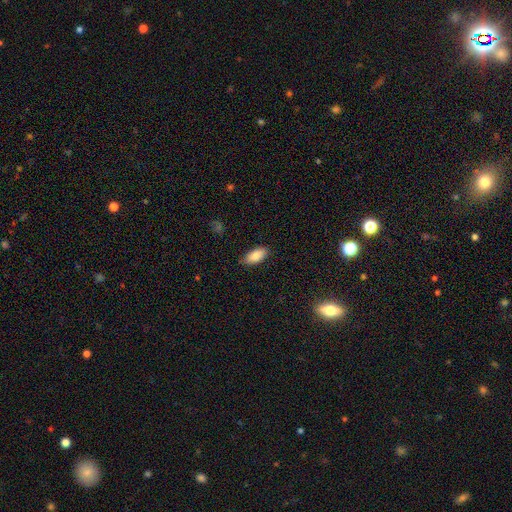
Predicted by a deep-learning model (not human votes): Smooth or featured? smooth (86%)
How rounded? in between (91%)
Merging? none (84%)